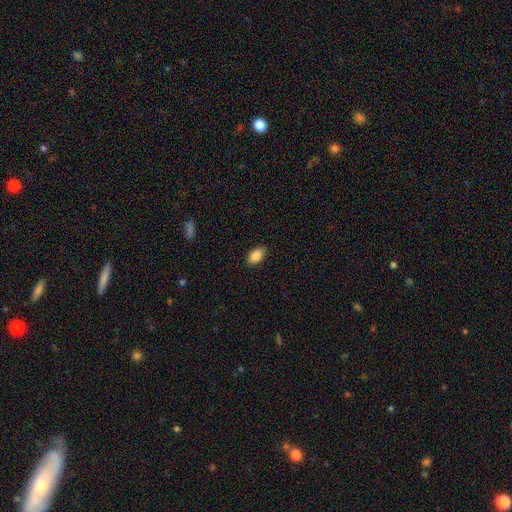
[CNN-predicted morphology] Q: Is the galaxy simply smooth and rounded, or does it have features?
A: smooth — 88%.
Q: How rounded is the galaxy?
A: in between — 92%.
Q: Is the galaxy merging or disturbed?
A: none — 87%.